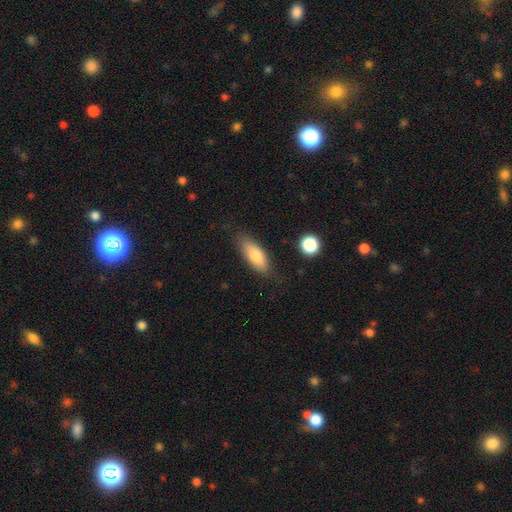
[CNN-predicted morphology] The model was most divided on "how rounded": in between: 75%, cigar-shaped: 23%, round: 3%. More confident: smooth or featured — smooth (78%); merging — none (78%).